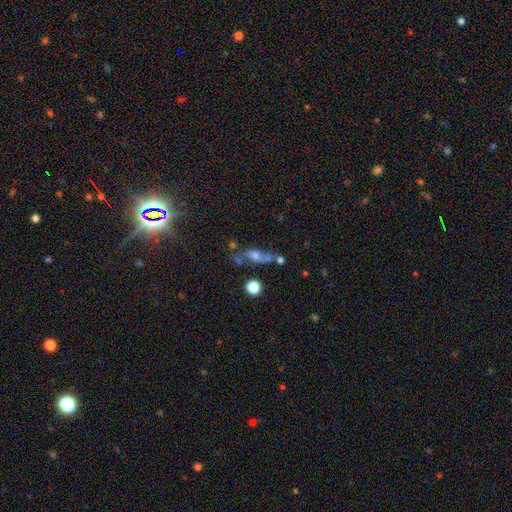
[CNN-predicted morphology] type=smooth (49%); merging=none (43%).